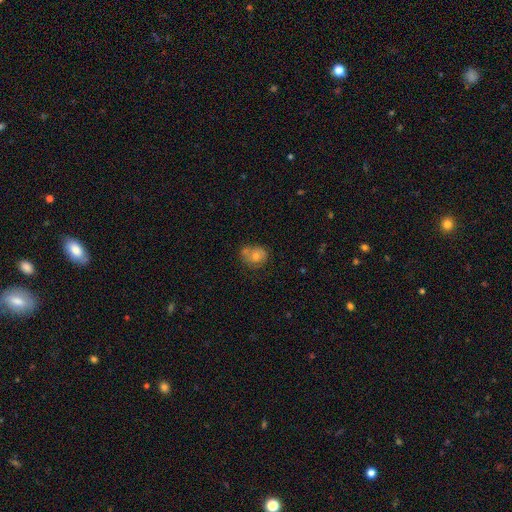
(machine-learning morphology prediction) This is likely a smooth galaxy (61%). How rounded: likely round (63%). Merging: possibly none (54%).